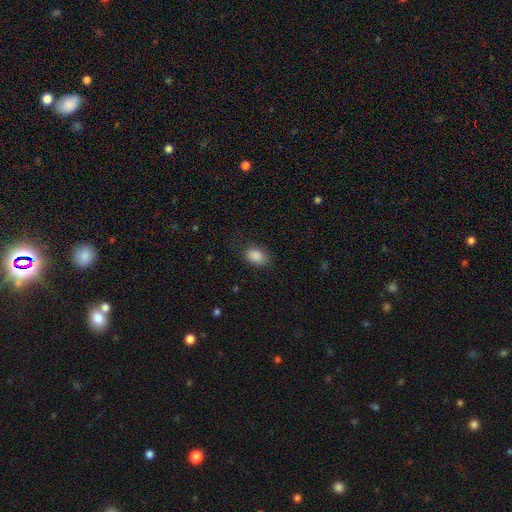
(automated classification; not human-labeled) smooth-or-featured: smooth: 88% | star or artifact: 8% | featured or disk: 4%
  how-rounded: in between: 82% | round: 17% | cigar-shaped: 1%
  merging: none: 75% | minor disturbance: 18% | major disturbance: 5% | merger: 1%